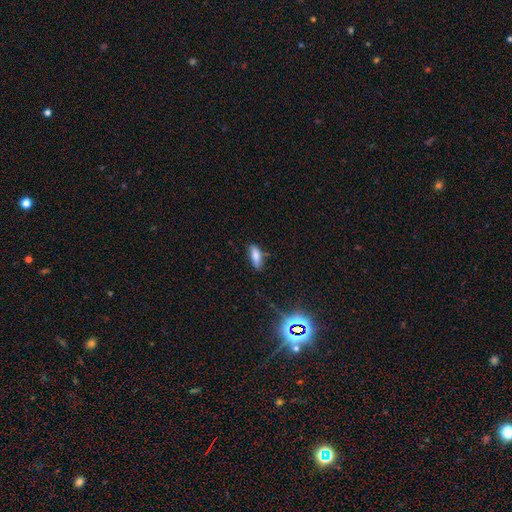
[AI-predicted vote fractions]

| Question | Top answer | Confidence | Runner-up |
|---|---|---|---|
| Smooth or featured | smooth | 77% | featured or disk (12%) |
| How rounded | in between | 60% | cigar-shaped (38%) |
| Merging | none | 74% | minor disturbance (20%) |